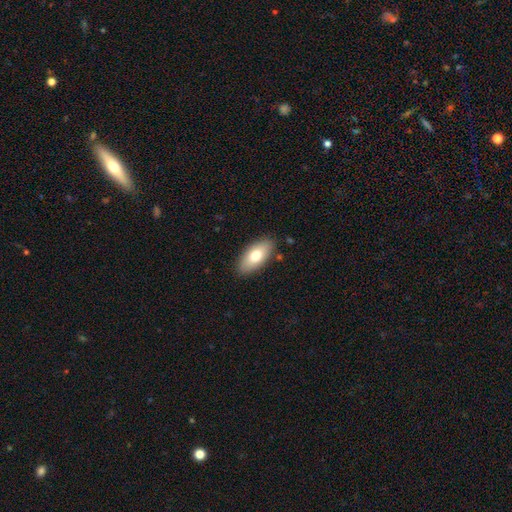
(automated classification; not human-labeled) smooth_or_featured: smooth (p=0.73) [alt: featured or disk p=0.21]
how_rounded: in between (p=0.88) [alt: cigar-shaped p=0.09]
merging: none (p=0.87) [alt: minor disturbance p=0.10]